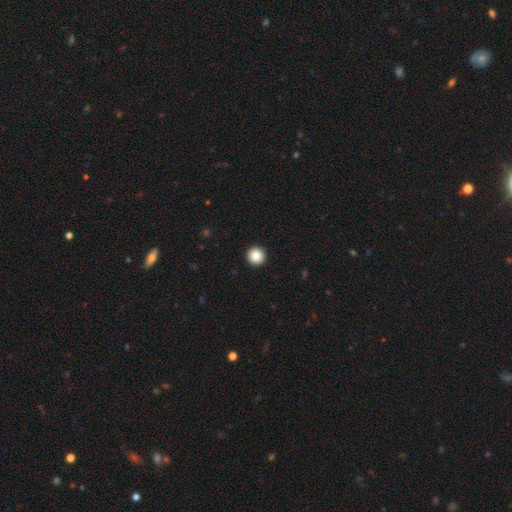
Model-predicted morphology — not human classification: smooth-or-featured: smooth: 86% | star or artifact: 10% | featured or disk: 5%
  how-rounded: round: 97% | in between: 2% | cigar-shaped: 1%
  merging: none: 94% | minor disturbance: 4% | major disturbance: 1% | merger: 1%